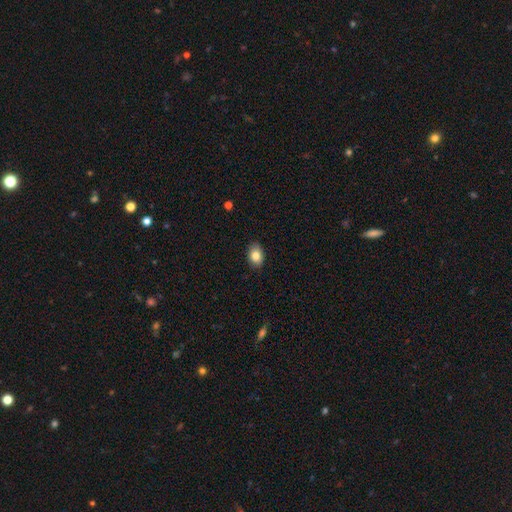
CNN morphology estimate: Smooth or featured: smooth — 83% (featured or disk — 9%)
How rounded: in between — 82% (round — 17%)
Merging: none — 88% (minor disturbance — 9%)